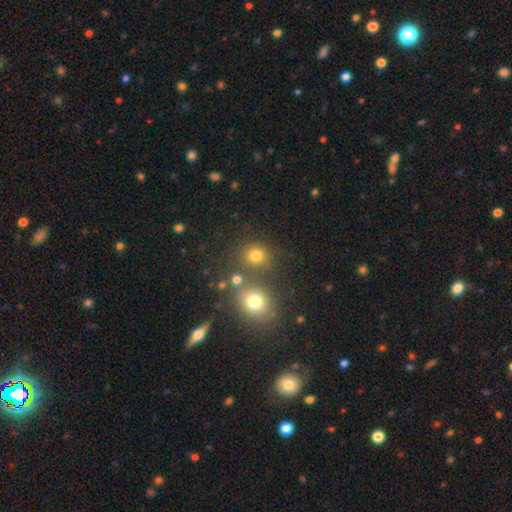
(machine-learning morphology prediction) Smooth or featured?
  - smooth: 73% *
  - star or artifact: 19%
  - featured or disk: 8%
How rounded?
  - round: 82% *
  - in between: 17%
  - cigar-shaped: 1%
Merging?
  - none: 68% *
  - merger: 19%
  - minor disturbance: 9%
  - major disturbance: 5%